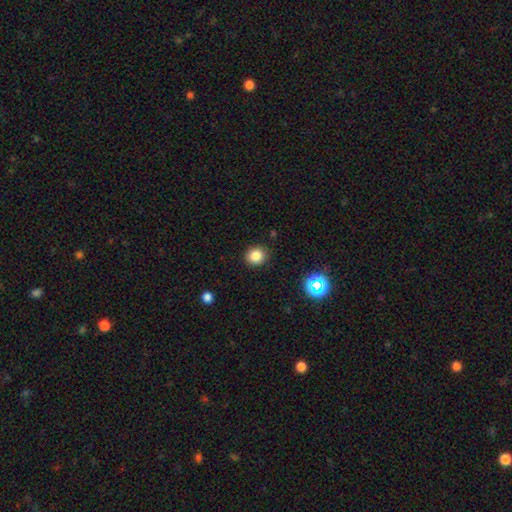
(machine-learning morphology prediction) Smooth or featured? Predicted: smooth (p=0.83). How rounded? Predicted: round (p=0.82). Merging? Predicted: none (p=0.89).